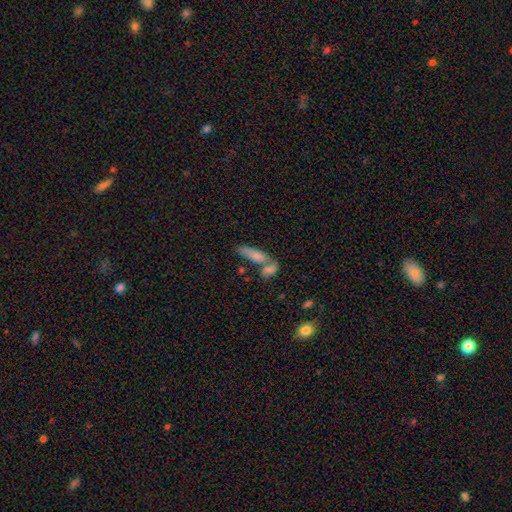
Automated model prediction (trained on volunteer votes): The model was most divided on "how rounded": cigar-shaped: 51%, in between: 46%, round: 3%. Remaining: smooth or featured — smooth (71%); merging — merger (46%).